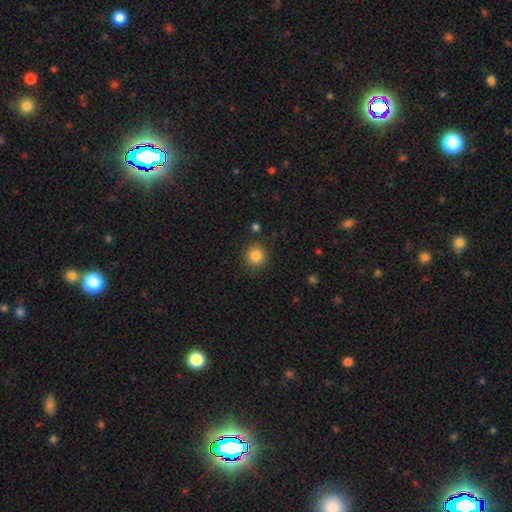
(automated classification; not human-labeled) smooth-or-featured: smooth: 85% | star or artifact: 11% | featured or disk: 5%
  how-rounded: round: 92% | in between: 7% | cigar-shaped: 1%
  merging: none: 87% | minor disturbance: 8% | major disturbance: 3% | merger: 2%